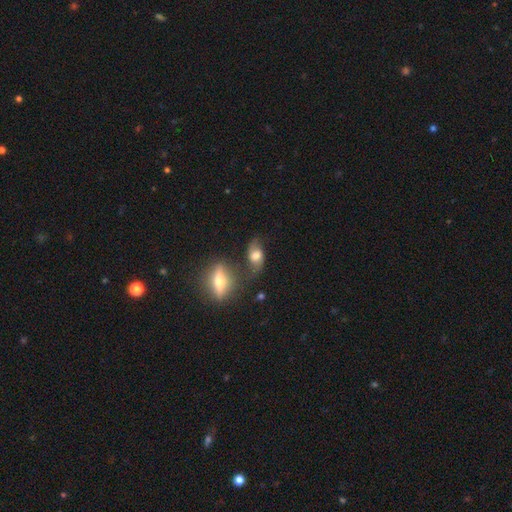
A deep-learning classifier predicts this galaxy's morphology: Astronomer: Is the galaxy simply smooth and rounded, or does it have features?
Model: smooth — 50% (runner-up: featured or disk, 40%).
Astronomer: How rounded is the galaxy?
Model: in between — 79%.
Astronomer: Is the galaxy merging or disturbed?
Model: none — 55%.